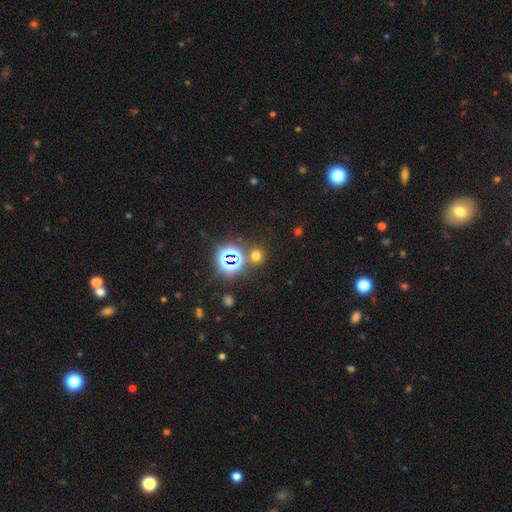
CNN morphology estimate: Smooth or featured?
  - smooth: 52% *
  - star or artifact: 41%
  - featured or disk: 7%
How rounded?
  - round: 84% *
  - in between: 15%
  - cigar-shaped: 1%
Merging?
  - none: 78% *
  - merger: 9%
  - minor disturbance: 8%
  - major disturbance: 4%